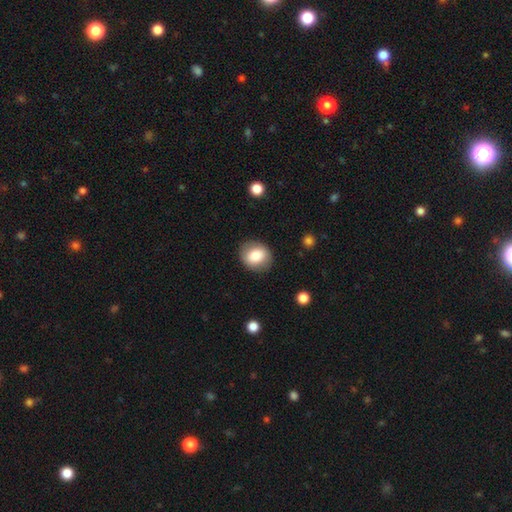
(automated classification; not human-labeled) Morphology: type=smooth (79%); roundness=round (69%); merging=none (85%).